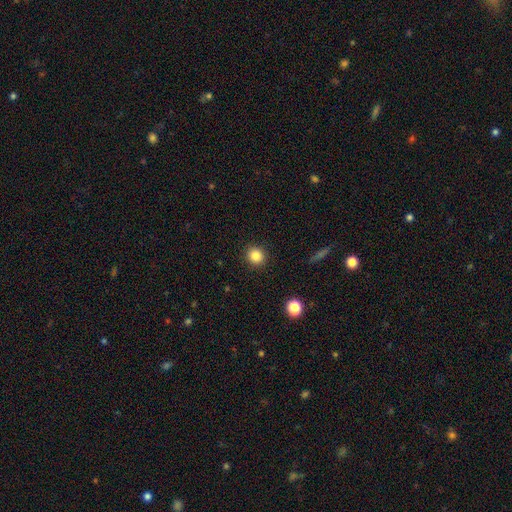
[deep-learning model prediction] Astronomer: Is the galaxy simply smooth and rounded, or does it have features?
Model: smooth — 85%.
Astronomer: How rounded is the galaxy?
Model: round — 85%.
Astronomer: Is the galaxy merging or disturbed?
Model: none — 91%.